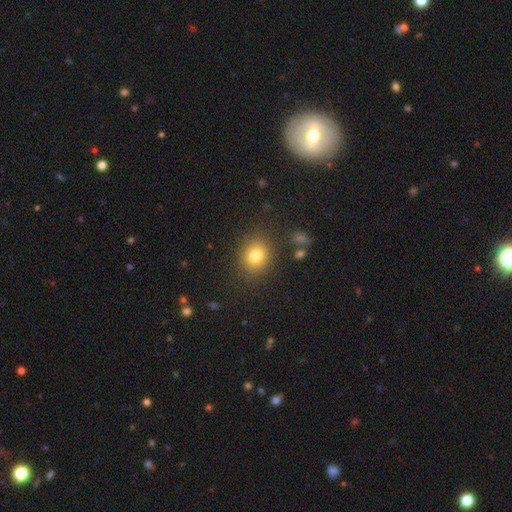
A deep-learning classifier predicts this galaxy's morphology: Q: Smooth or featured?
A: smooth (79%); runner-up: star or artifact (12%)
Q: How rounded?
A: round (69%); runner-up: in between (30%)
Q: Merging?
A: none (85%); runner-up: minor disturbance (9%)